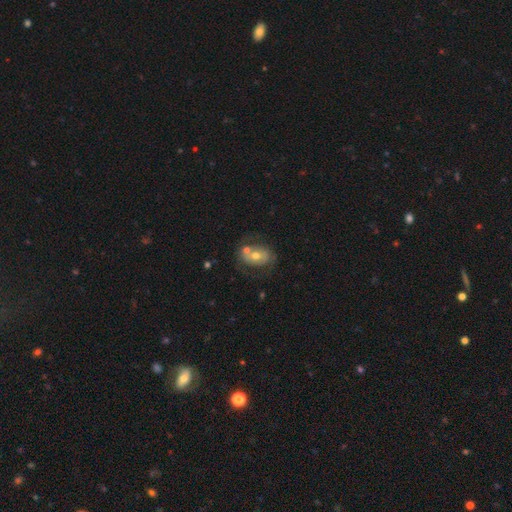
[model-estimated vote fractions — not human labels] featured or disk 46%, smooth 44%, star or artifact 9%. Down the decision tree: merging — none (49%).